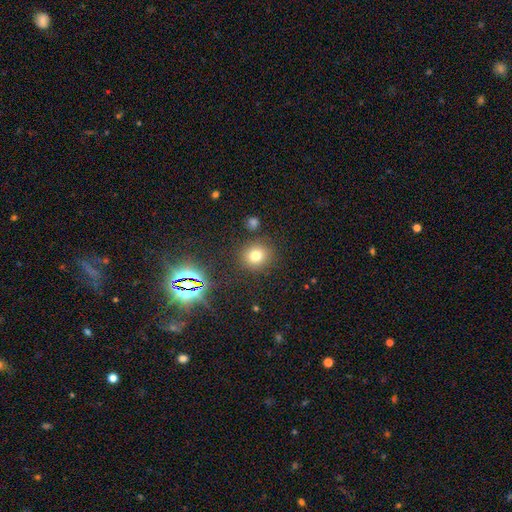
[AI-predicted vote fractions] This appears to be a smooth galaxy with no disk features (73%) that is round (86%). Merging: none (85%).